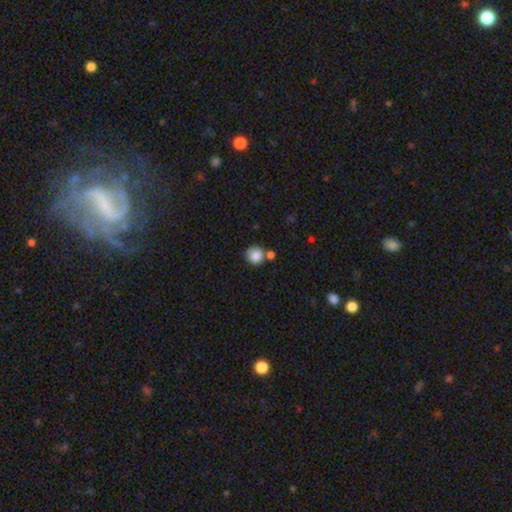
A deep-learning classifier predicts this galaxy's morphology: type=smooth (84%); roundness=round (89%); merging=none (61%).